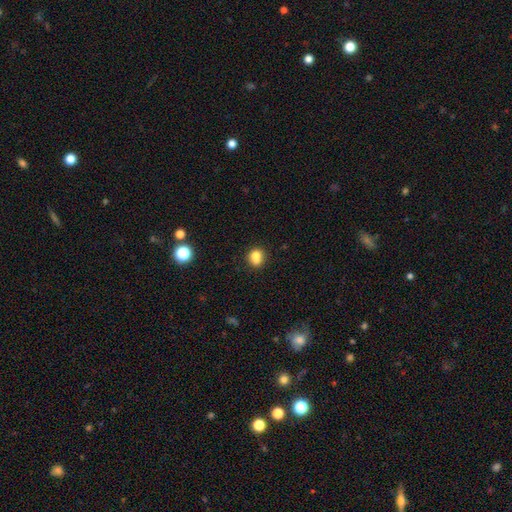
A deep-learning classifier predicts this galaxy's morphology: Smooth or featured?
  - smooth: 76% *
  - featured or disk: 12%
  - star or artifact: 11%
How rounded?
  - round: 75% *
  - in between: 24%
  - cigar-shaped: 1%
Merging?
  - none: 55% *
  - merger: 27%
  - minor disturbance: 14%
  - major disturbance: 4%